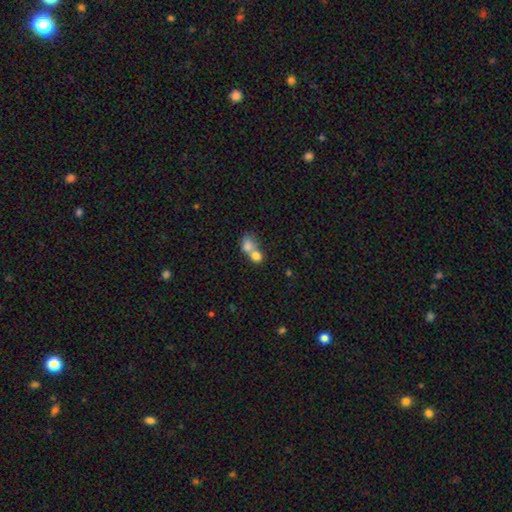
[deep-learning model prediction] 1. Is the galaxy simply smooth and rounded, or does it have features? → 77% smooth, 13% featured or disk, 10% star or artifact.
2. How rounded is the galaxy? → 58% round, 40% in between, 2% cigar-shaped.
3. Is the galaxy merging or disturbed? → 66% merger, 24% none, 6% minor disturbance, 4% major disturbance.